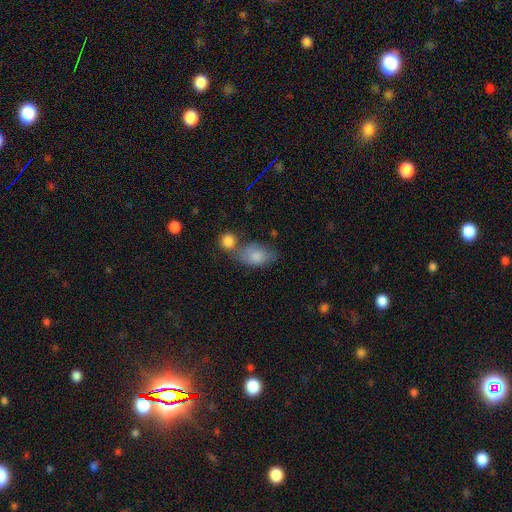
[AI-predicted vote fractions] smooth_or_featured: smooth (p=0.80) [alt: featured or disk p=0.13]
how_rounded: in between (p=0.85) [alt: round p=0.13]
merging: none (p=0.38) [alt: merger p=0.34]